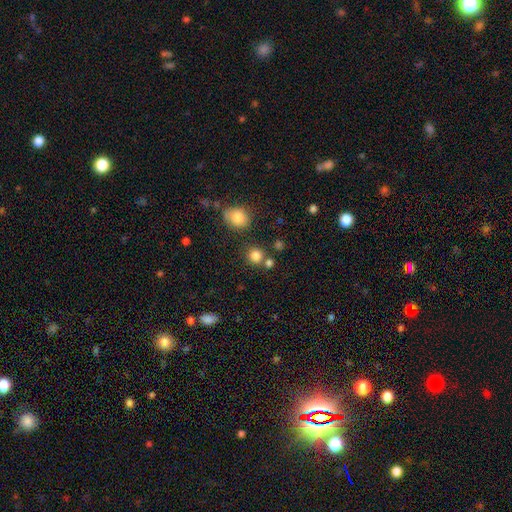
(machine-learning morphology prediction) Smooth or featured? Predicted: smooth (p=0.82). How rounded? Predicted: round (p=0.89). Merging? Predicted: none (p=0.73).